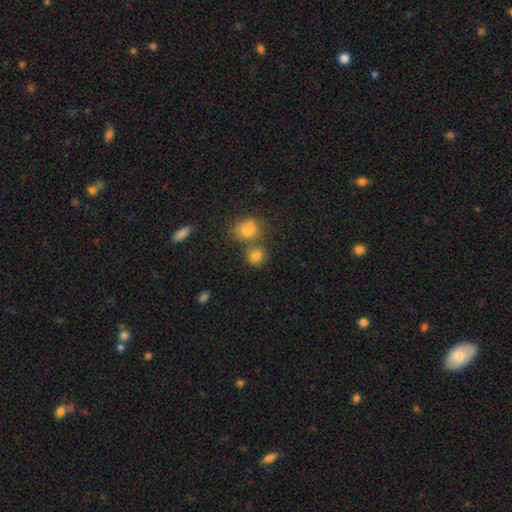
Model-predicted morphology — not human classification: Smooth or featured? Predicted: smooth (p=0.79). How rounded? Predicted: round (p=0.70). Merging? Predicted: none (p=0.58).